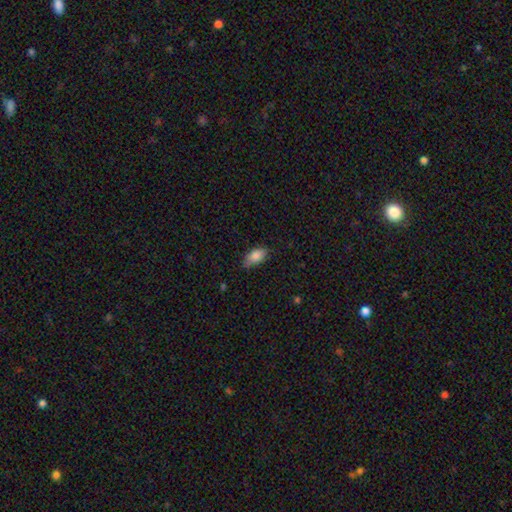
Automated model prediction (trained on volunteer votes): smooth 85%, featured or disk 7%, star or artifact 7%. Down the decision tree: how rounded — in between (91%); merging — none (69%).